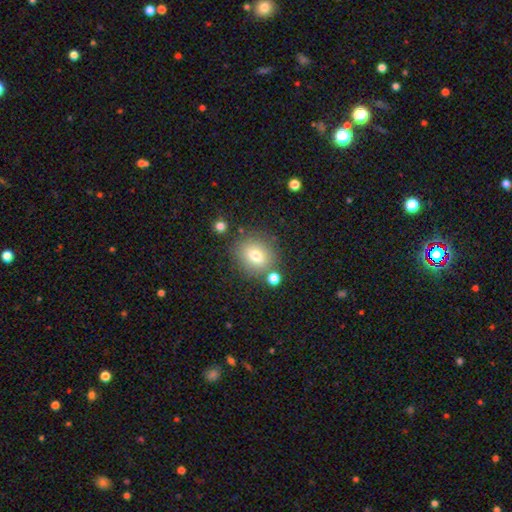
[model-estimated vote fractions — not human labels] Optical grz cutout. It shows a smooth galaxy with no disk features (73%) that is round (64%). Merging: none (75%).